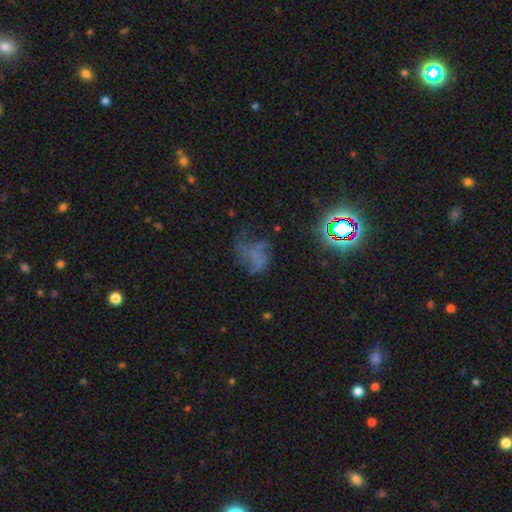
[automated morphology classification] The model was most divided on "merging": none: 38%, major disturbance: 37%, minor disturbance: 21%, merger: 4%. Remaining: smooth or featured — featured or disk (41%).